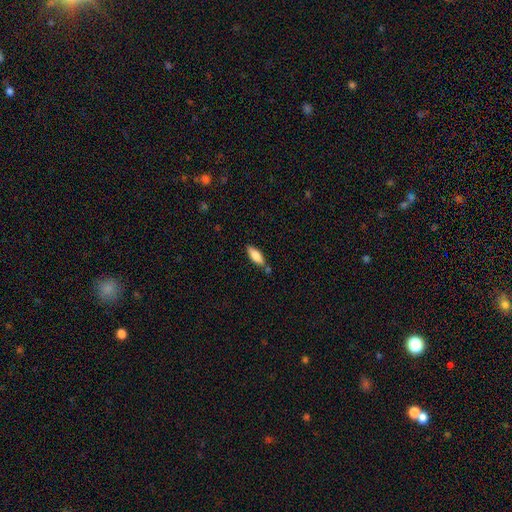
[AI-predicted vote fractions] Smooth or featured? smooth (77%)
How rounded? in between (62%)
Merging? none (73%)